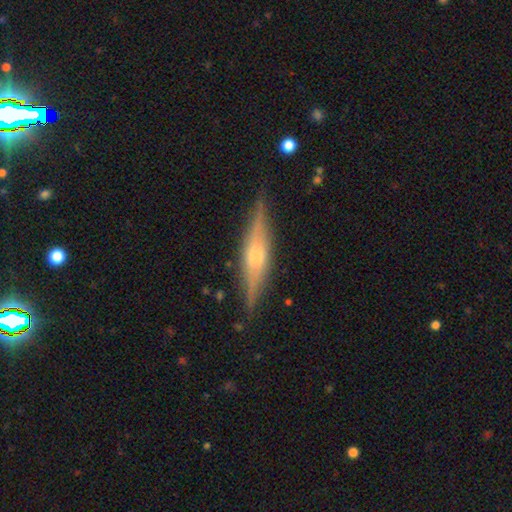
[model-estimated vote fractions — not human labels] This is likely a featured or disk galaxy (76%). It is clearly viewed edge-on (96%). Edge-on bulge: likely rounded (77%). Merging: clearly none (86%).